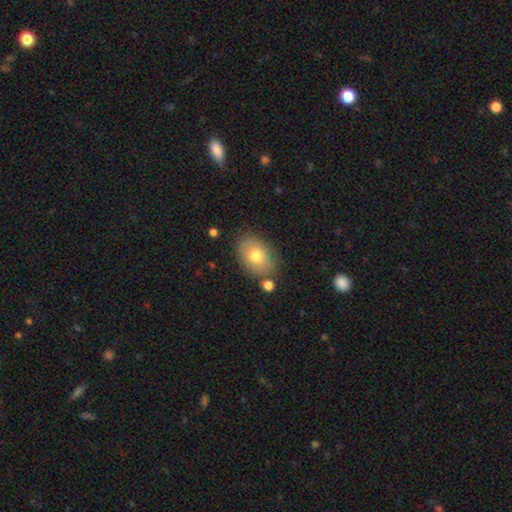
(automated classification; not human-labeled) This is likely a smooth galaxy (77%). How rounded: likely in between (79%). Merging: likely none (77%).